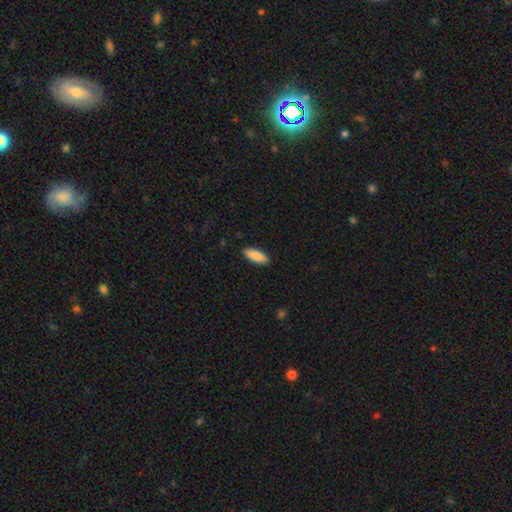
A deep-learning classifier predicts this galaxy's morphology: Smooth or featured? smooth (89%)
How rounded? in between (67%)
Merging? none (90%)